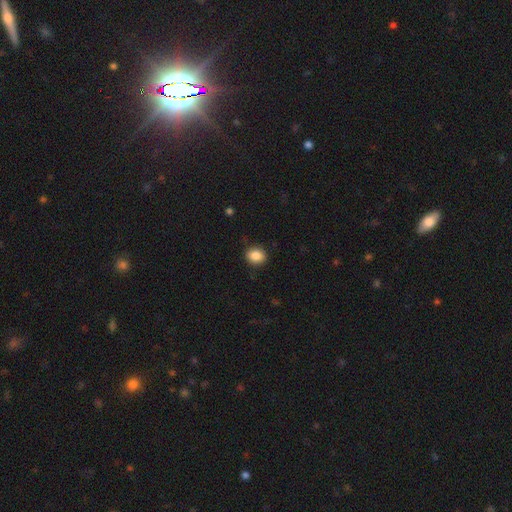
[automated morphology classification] Smooth or featured? smooth (87%)
How rounded? round (62%)
Merging? none (88%)